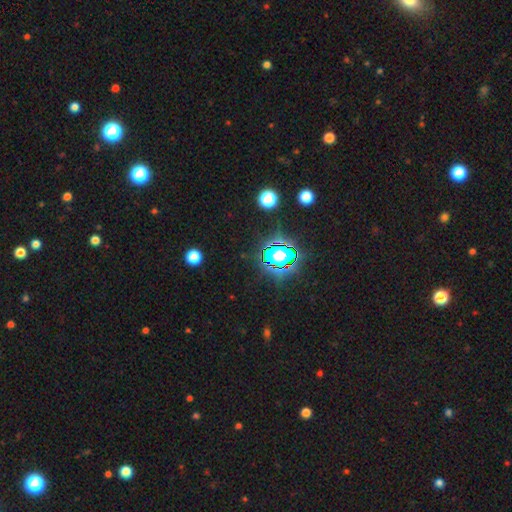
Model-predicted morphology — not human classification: Smooth or featured? Predicted: star or artifact (p=0.79).